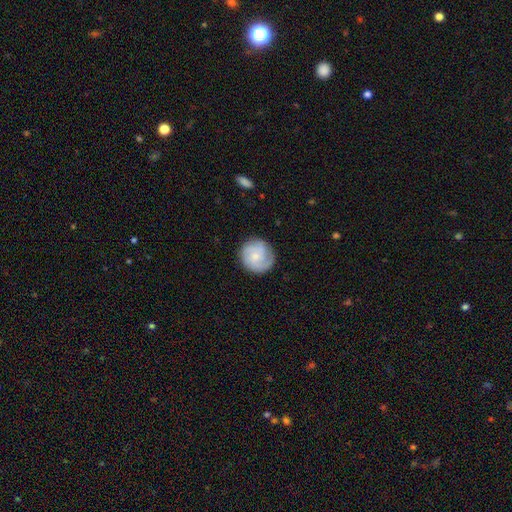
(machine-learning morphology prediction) This appears to be a featured or disk galaxy (58%) with no bar (75%), 3 (37%) tight (54%) spiral arms (91%) and a small central bulge (62%). Merging: none (81%).